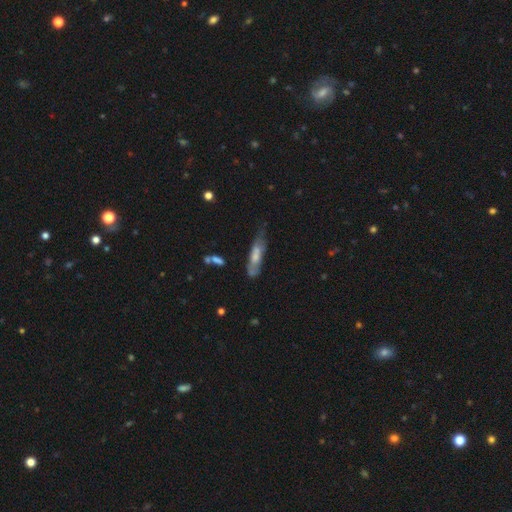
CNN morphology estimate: The model was most divided on "merging": none: 38%, minor disturbance: 35%, major disturbance: 20%, merger: 8%. More confident: how rounded — cigar-shaped (63%); smooth or featured — smooth (53%).